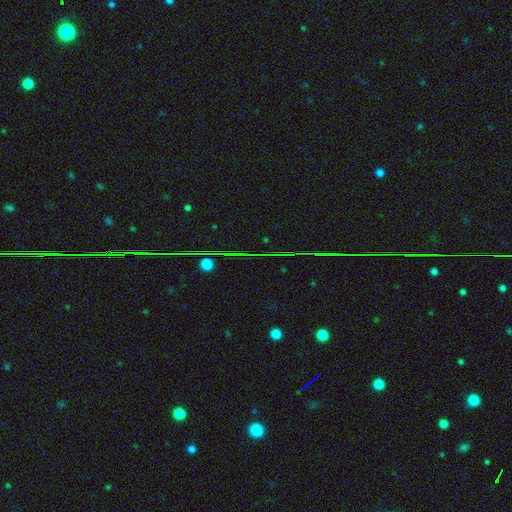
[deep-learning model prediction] Smooth or featured? Predicted: star or artifact (p=0.80).